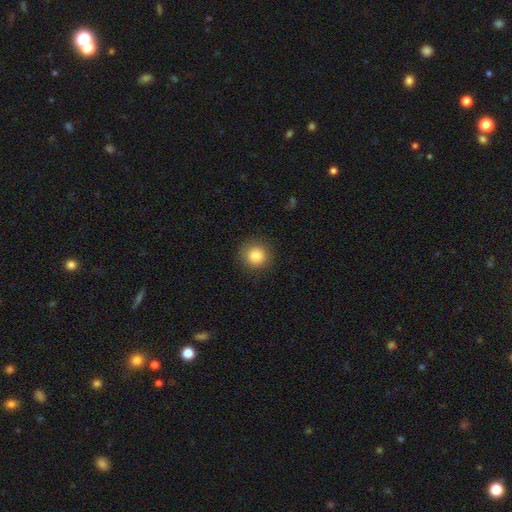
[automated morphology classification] A smooth galaxy with no disk features (86%) that is round (92%). Merging: none (89%).